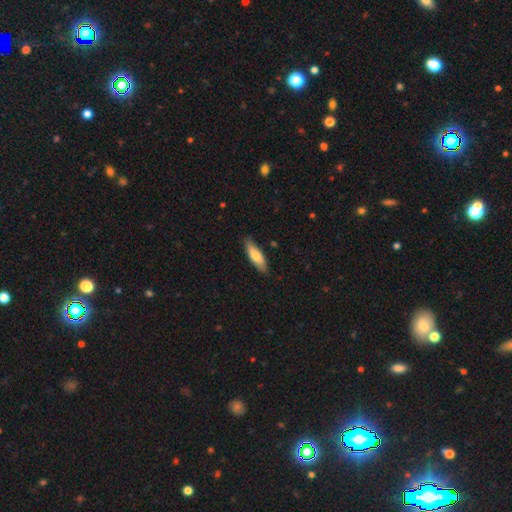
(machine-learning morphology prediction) Smooth or featured? Predicted: smooth (p=0.72). How rounded? Predicted: cigar-shaped (p=0.51). Merging? Predicted: none (p=0.85).